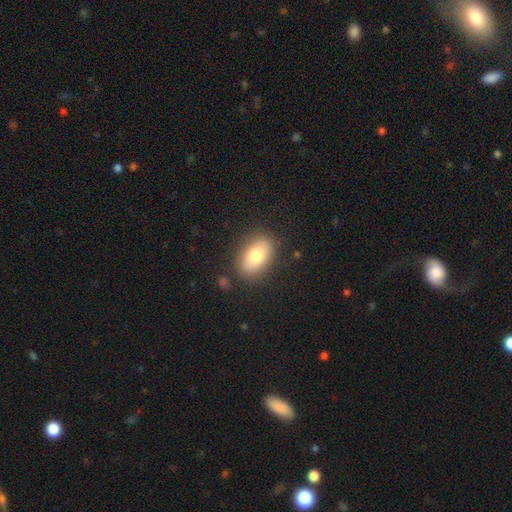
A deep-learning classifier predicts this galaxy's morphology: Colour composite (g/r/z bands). It shows a smooth galaxy with no disk features (76%) that is in between round and cigar-shaped (87%). Merging: none (83%).